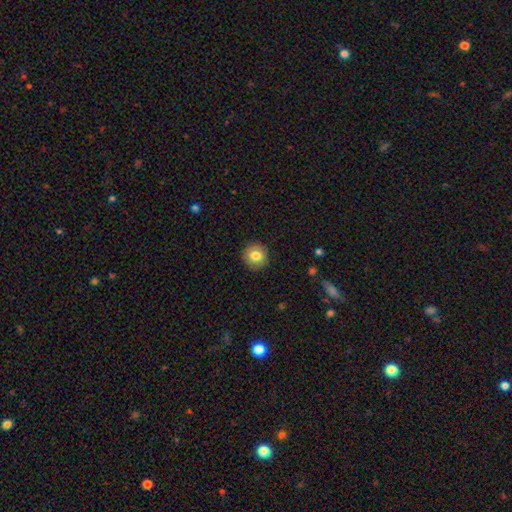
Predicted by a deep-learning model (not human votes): Morphology: type=smooth (81%); roundness=round (93%); merging=none (91%).